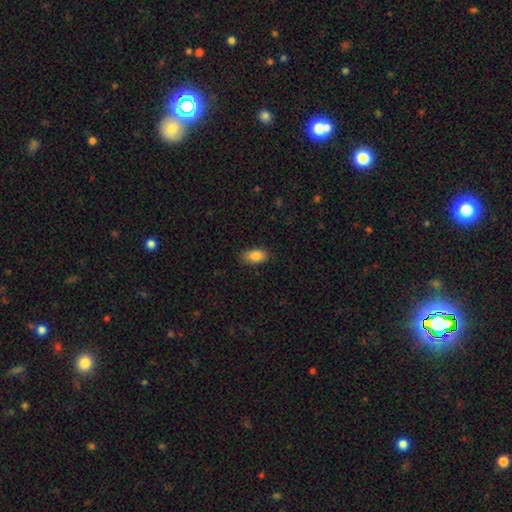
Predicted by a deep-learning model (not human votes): smooth 86%, star or artifact 8%, featured or disk 7%. Down the decision tree: how rounded — in between (92%); merging — none (83%).